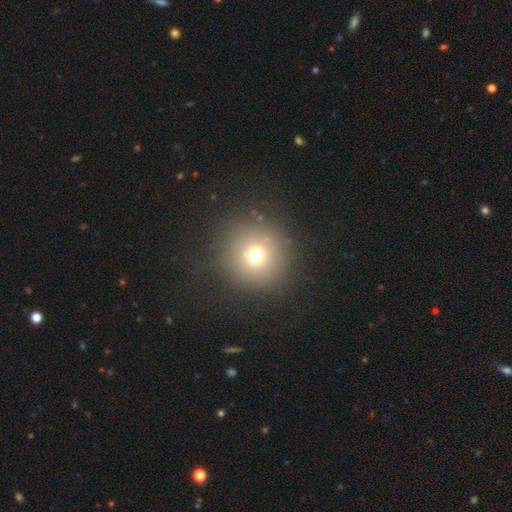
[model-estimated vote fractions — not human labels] Overall: smooth (68%). How rounded: round (95%). Merging: none (86%).